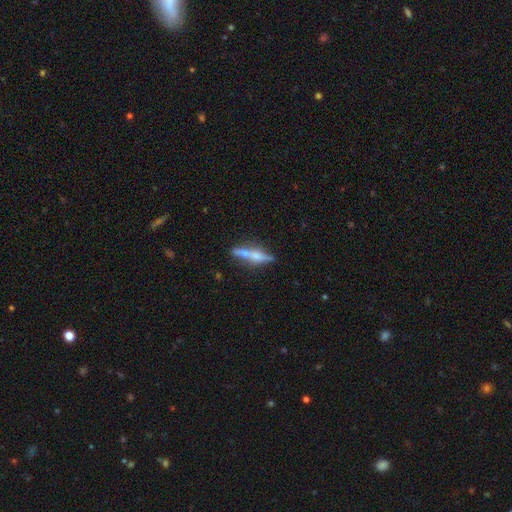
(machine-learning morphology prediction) Smooth or featured?
  - featured or disk: 63% *
  - smooth: 29%
  - star or artifact: 8%
Edge-on disk?
  - yes: 92% *
  - no: 8%
Edge-on bulge?
  - rounded: 83% *
  - boxy: 9%
  - none: 8%
Merging?
  - none: 65% *
  - merger: 17%
  - minor disturbance: 13%
  - major disturbance: 4%